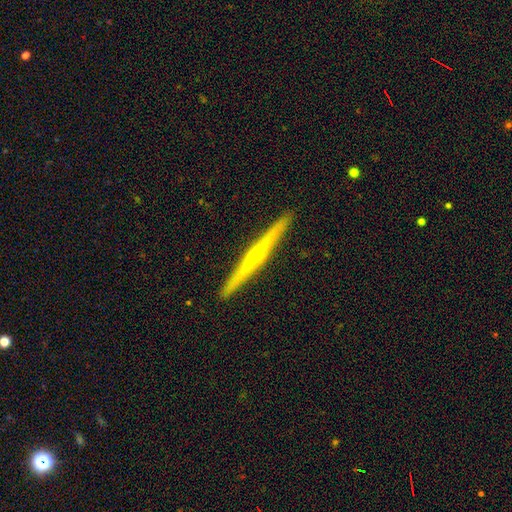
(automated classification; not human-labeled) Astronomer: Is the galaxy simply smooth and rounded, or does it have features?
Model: featured or disk — 75%.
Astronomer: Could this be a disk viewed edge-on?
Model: yes — 98%.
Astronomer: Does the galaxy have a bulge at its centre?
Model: rounded — 75%.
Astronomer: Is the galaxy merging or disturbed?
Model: none — 91%.